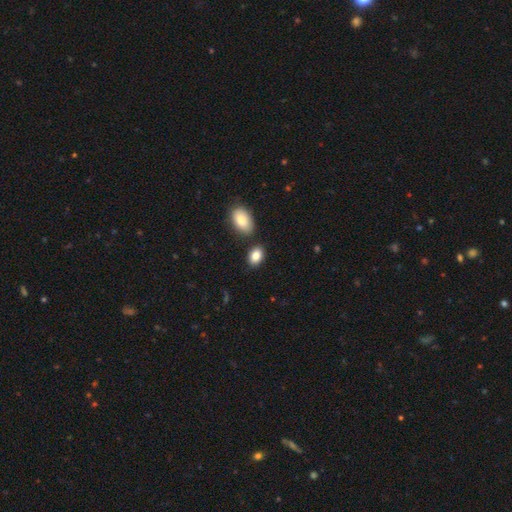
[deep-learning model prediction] Smooth or featured? Predicted: smooth (p=0.86). How rounded? Predicted: in between (p=0.87). Merging? Predicted: none (p=0.75).